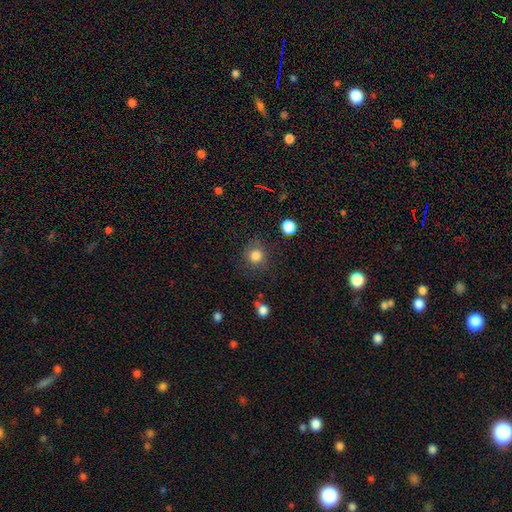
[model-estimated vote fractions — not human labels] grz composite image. It shows a smooth galaxy with no disk features (83%) that is round (88%). Merging: none (78%).